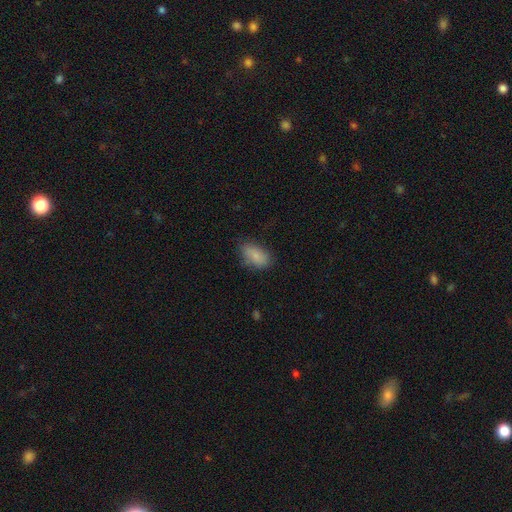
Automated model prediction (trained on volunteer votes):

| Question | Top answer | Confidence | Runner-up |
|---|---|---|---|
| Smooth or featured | smooth | 84% | featured or disk (9%) |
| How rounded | in between | 91% | round (5%) |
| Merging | none | 71% | minor disturbance (22%) |